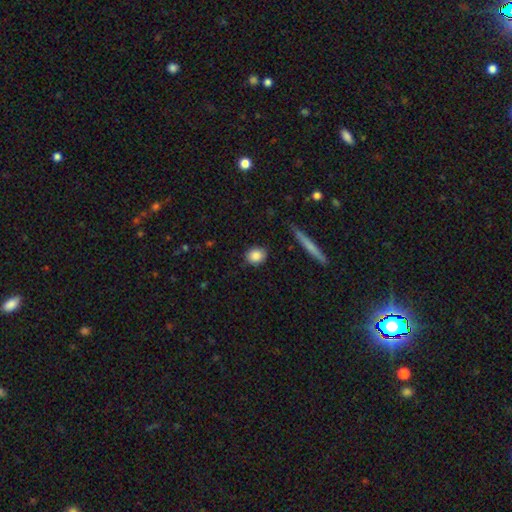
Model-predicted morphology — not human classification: Smooth or featured: smooth — 86% (star or artifact — 8%)
How rounded: round — 68% (in between — 29%)
Merging: none — 87% (minor disturbance — 9%)